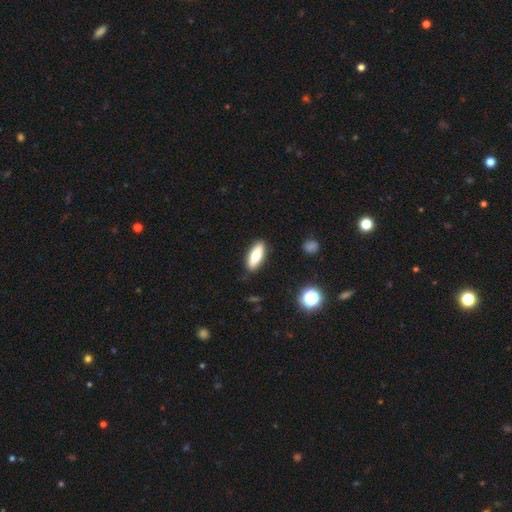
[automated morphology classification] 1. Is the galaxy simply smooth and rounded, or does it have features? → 68% smooth, 25% featured or disk, 7% star or artifact.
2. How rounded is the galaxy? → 65% in between, 32% cigar-shaped, 2% round.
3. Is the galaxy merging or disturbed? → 88% none, 9% minor disturbance, 2% major disturbance, 1% merger.